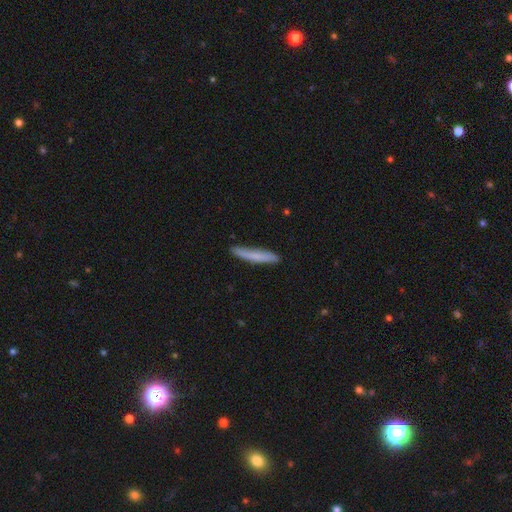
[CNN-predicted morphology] Q: Smooth or featured?
A: smooth (73%); runner-up: featured or disk (21%)
Q: How rounded?
A: cigar-shaped (94%); runner-up: in between (4%)
Q: Merging?
A: none (84%); runner-up: minor disturbance (13%)